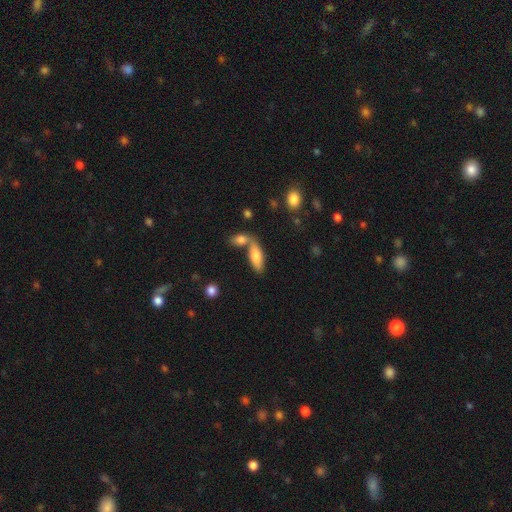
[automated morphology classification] Smooth or featured?
  - smooth: 78% *
  - featured or disk: 15%
  - star or artifact: 7%
How rounded?
  - in between: 72% *
  - cigar-shaped: 26%
  - round: 2%
Merging?
  - none: 49% *
  - merger: 36%
  - minor disturbance: 12%
  - major disturbance: 4%